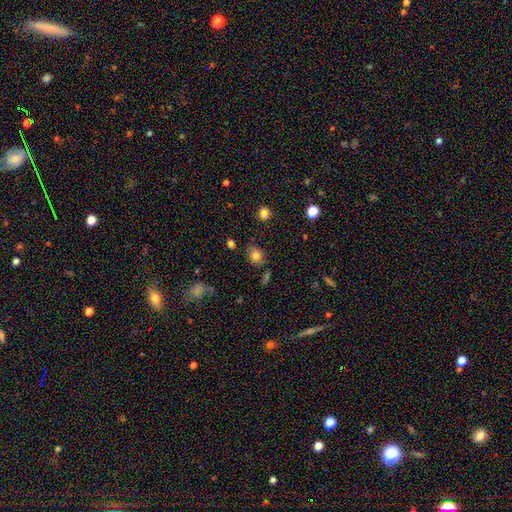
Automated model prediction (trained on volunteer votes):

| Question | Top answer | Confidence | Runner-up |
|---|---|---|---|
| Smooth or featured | smooth | 79% | star or artifact (12%) |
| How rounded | in between | 57% | round (42%) |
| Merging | none | 73% | minor disturbance (19%) |